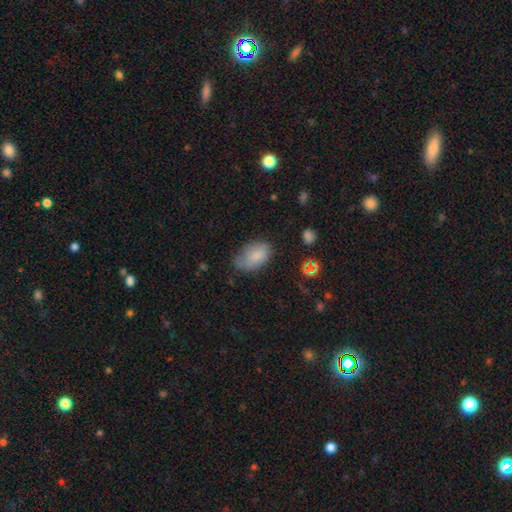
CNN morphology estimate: type=smooth (75%); roundness=in between (90%); merging=none (54%).